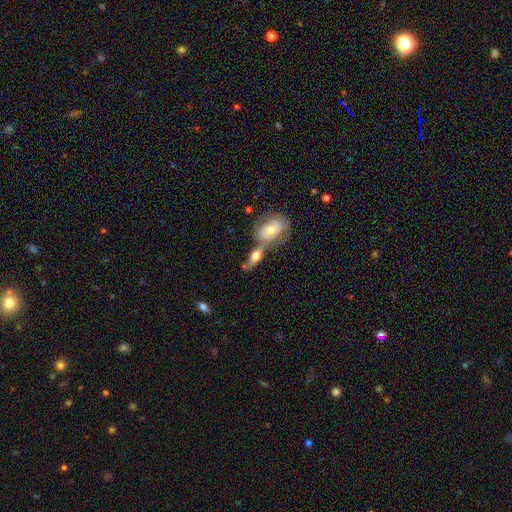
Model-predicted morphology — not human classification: Smooth or featured?
  - smooth: 53% *
  - featured or disk: 39%
  - star or artifact: 8%
How rounded?
  - in between: 75% *
  - cigar-shaped: 15%
  - round: 10%
Merging?
  - merger: 51% *
  - none: 33%
  - minor disturbance: 11%
  - major disturbance: 6%